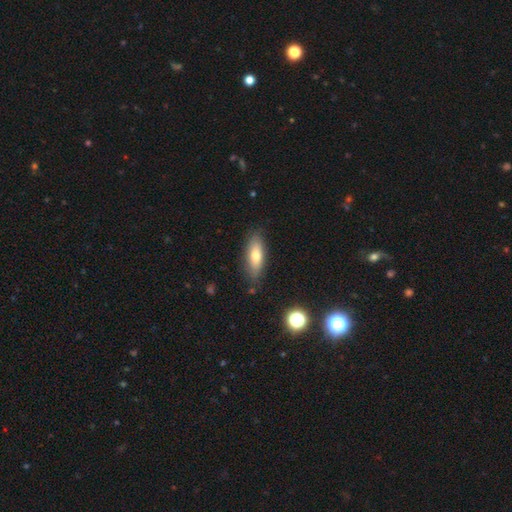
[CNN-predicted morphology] A smooth galaxy with no disk features (68%) that is in between round and cigar-shaped (59%).

Vote fractions:
- Smooth or featured? smooth: 68% / featured or disk: 25% / star or artifact: 7%
- How rounded? in between: 59% / cigar-shaped: 39% / round: 3%
- Merging? none: 82% / minor disturbance: 13% / major disturbance: 3% / merger: 2%